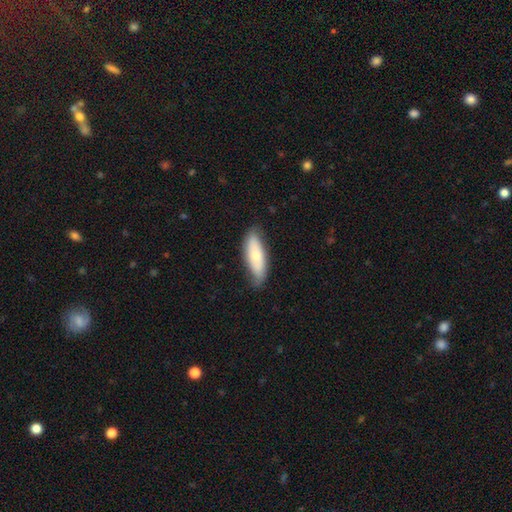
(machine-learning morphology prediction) Smooth or featured? smooth (68%)
How rounded? in between (59%)
Merging? none (75%)